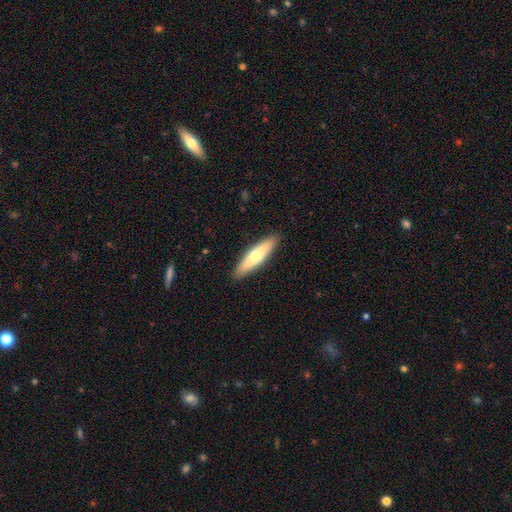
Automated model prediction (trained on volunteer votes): Smooth or featured? smooth (64%)
How rounded? cigar-shaped (74%)
Merging? none (90%)